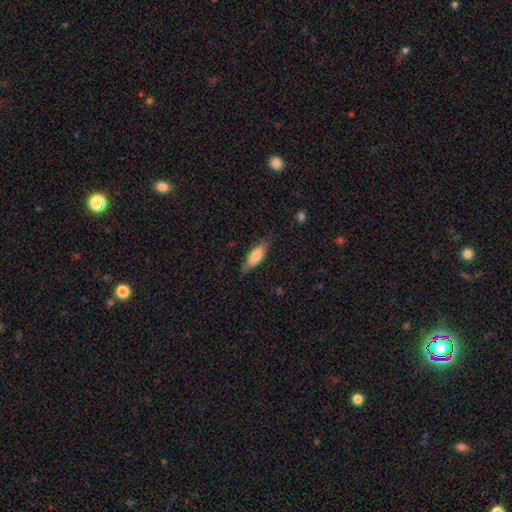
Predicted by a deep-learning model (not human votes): Smooth or featured: smooth — 76% (featured or disk — 18%)
How rounded: in between — 67% (cigar-shaped — 31%)
Merging: none — 75% (minor disturbance — 20%)